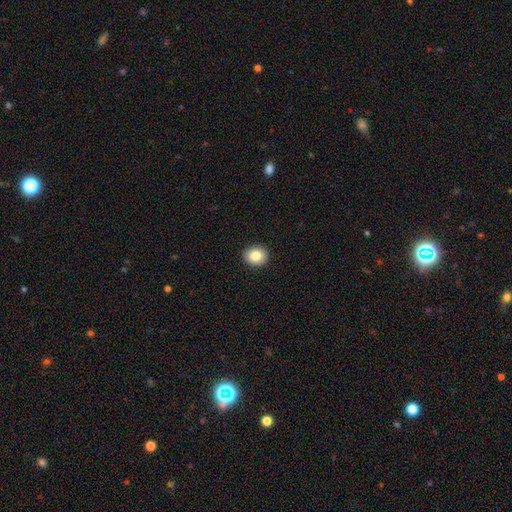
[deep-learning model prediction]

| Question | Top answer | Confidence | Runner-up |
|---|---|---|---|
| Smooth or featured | smooth | 84% | star or artifact (9%) |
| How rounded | round | 72% | in between (27%) |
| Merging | none | 92% | minor disturbance (6%) |